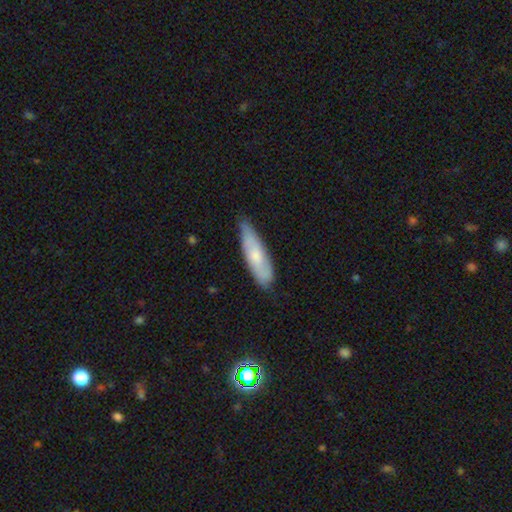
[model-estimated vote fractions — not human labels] A smooth galaxy with no disk features (63%) that is cigar-shaped (61%). Merging: none (70%).